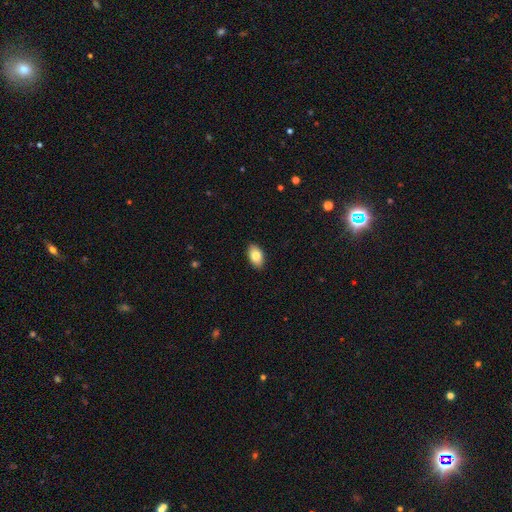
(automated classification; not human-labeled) This appears to be a smooth galaxy with no disk features (81%) that is in between round and cigar-shaped (93%). Merging: none (89%).